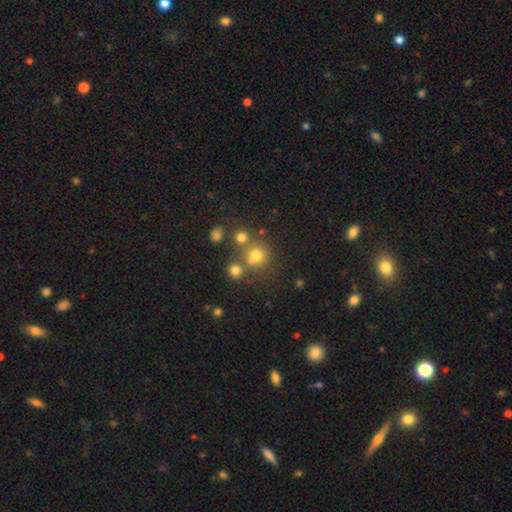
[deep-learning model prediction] Morphology: type=smooth (70%); roundness=round (83%); merging=none (58%).